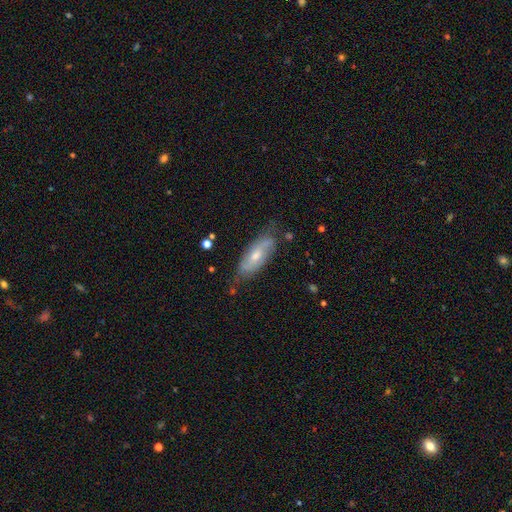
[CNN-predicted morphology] smooth_or_featured: featured or disk (p=0.62) [alt: smooth p=0.30]
disk_edge_on: no (p=0.78) [alt: yes p=0.22]
merging: none (p=0.69) [alt: minor disturbance p=0.23]